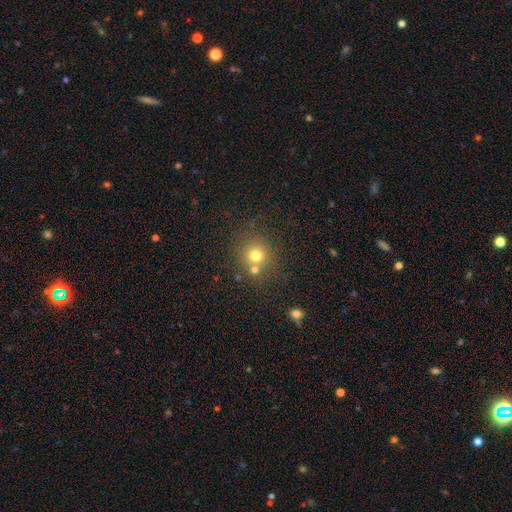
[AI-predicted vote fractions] The model was most divided on "merging": none: 64%, merger: 24%, minor disturbance: 9%, major disturbance: 4%. More confident: how rounded — round (90%); smooth or featured — smooth (72%).